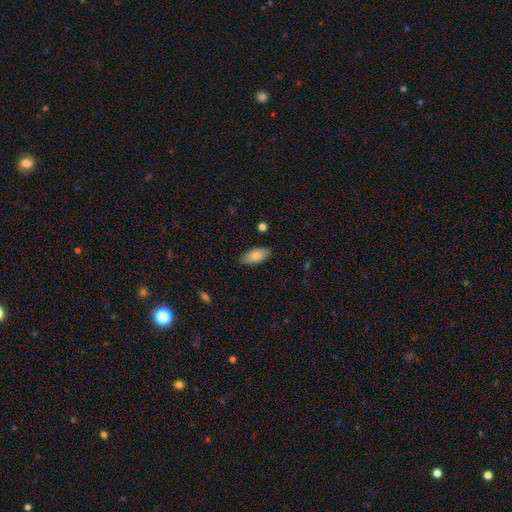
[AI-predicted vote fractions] This appears to be a smooth galaxy with no disk features (82%) that is in between round and cigar-shaped (92%). Merging: none (82%).